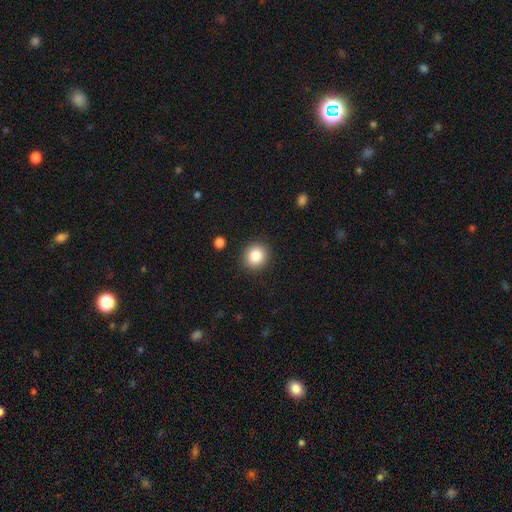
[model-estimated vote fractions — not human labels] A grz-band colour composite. It shows a smooth galaxy with no disk features (85%) that is round (83%). Merging: none (89%).